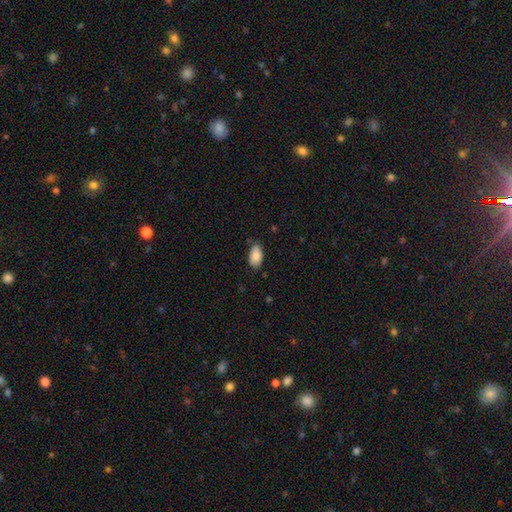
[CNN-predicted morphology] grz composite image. It shows a smooth galaxy with no disk features (86%) that is in between round and cigar-shaped (94%). Merging: none (79%).